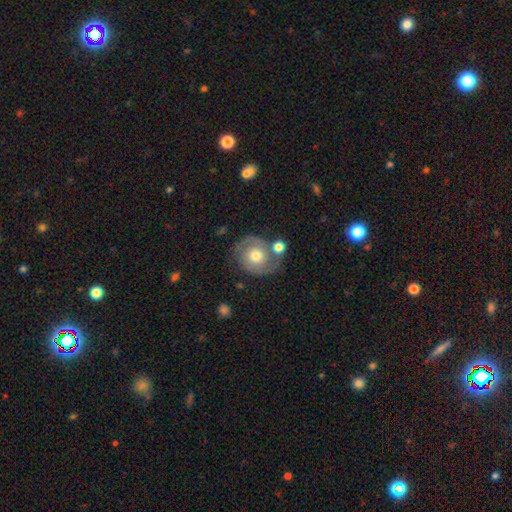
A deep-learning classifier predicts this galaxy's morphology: featured or disk 71%, smooth 22%, star or artifact 7%. Down the decision tree: edge-on disk — no (98%); bar — no (79%); spiral arms — yes (88%); spiral arm count — 2 (88%); spiral winding — medium (44%); bulge size — moderate (73%); merging — none (64%).